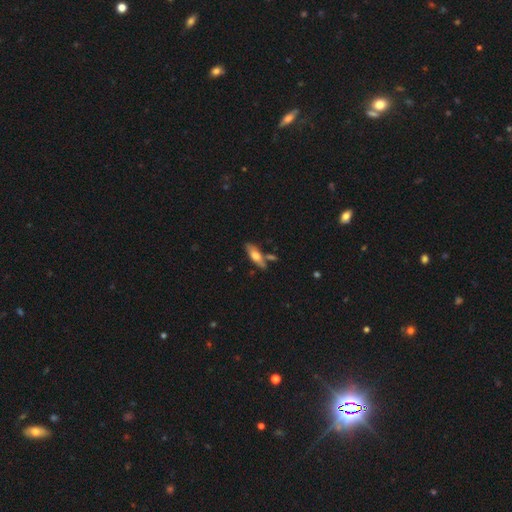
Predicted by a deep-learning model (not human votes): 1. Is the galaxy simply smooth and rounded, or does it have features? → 58% smooth, 36% featured or disk, 6% star or artifact.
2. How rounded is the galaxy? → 55% in between, 42% cigar-shaped, 3% round.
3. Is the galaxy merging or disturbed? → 68% none, 16% minor disturbance, 12% merger, 4% major disturbance.